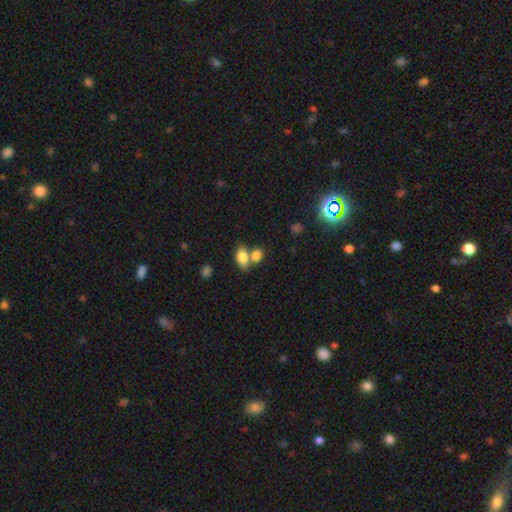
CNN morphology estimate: smooth 81%, featured or disk 10%, star or artifact 10%. Down the decision tree: how rounded — in between (78%); merging — merger (50%).